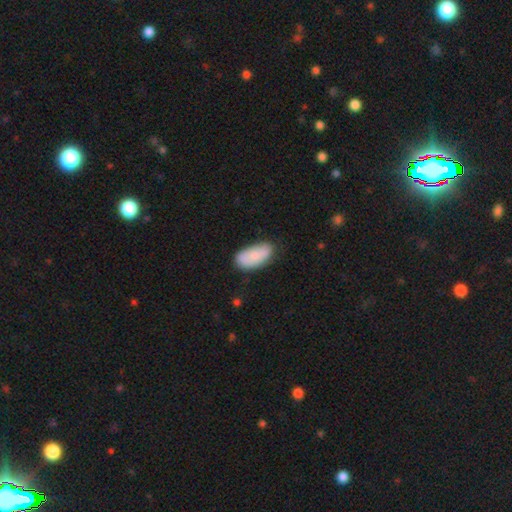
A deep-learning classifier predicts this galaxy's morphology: A smooth galaxy with no disk features (80%) that is in between round and cigar-shaped (93%). Merging: none (67%).